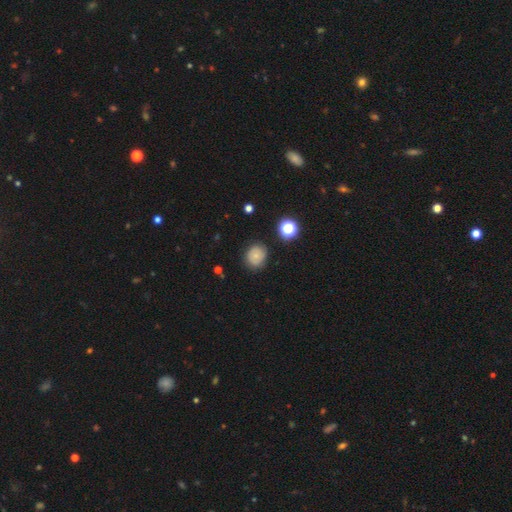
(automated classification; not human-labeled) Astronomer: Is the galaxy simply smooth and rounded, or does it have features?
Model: smooth — 70%.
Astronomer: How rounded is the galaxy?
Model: round — 77%.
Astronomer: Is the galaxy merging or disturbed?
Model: none — 80%.